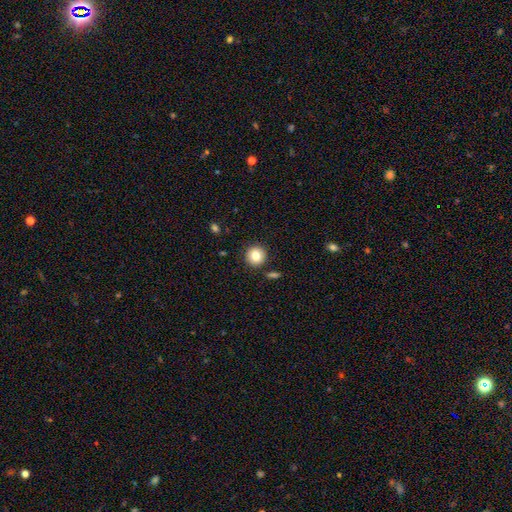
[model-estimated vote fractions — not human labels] Q: Smooth or featured?
A: smooth (82%); runner-up: star or artifact (9%)
Q: How rounded?
A: round (93%); runner-up: in between (6%)
Q: Merging?
A: none (89%); runner-up: minor disturbance (6%)